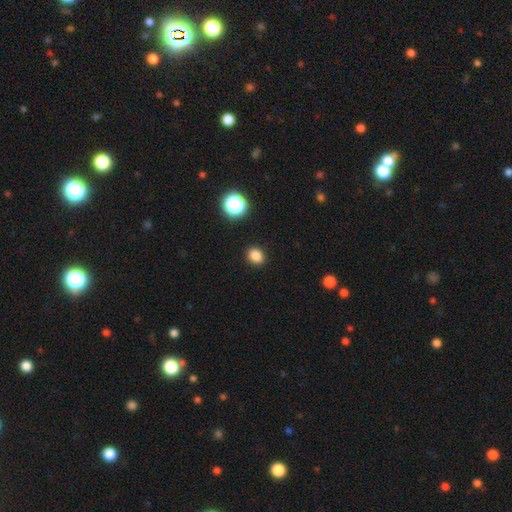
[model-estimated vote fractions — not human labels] Overall: smooth (84%). How rounded: round (55%; in between 44%). Merging: none (90%).